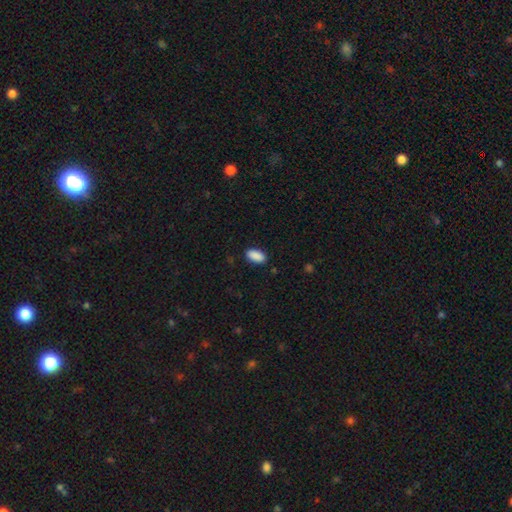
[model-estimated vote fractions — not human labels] Smooth or featured? smooth (90%)
How rounded? in between (91%)
Merging? none (88%)